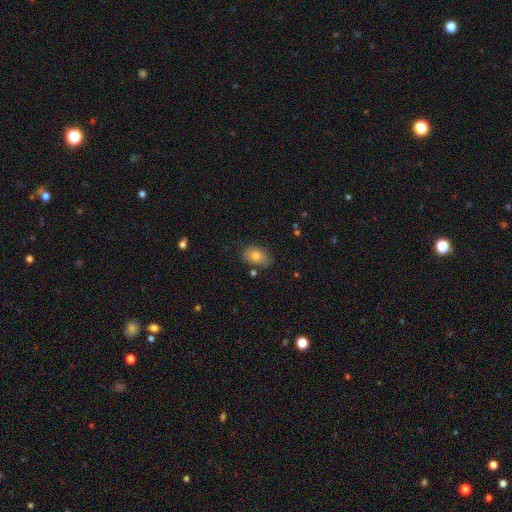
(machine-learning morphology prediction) A smooth galaxy with no disk features (76%) that is in between round and cigar-shaped (83%).

Vote fractions:
- Smooth or featured? smooth: 76% / featured or disk: 15% / star or artifact: 9%
- How rounded? in between: 83% / round: 16% / cigar-shaped: 1%
- Merging? none: 74% / minor disturbance: 18% / merger: 4% / major disturbance: 4%